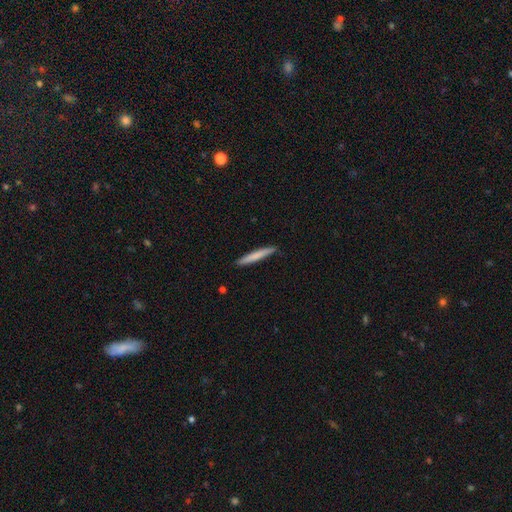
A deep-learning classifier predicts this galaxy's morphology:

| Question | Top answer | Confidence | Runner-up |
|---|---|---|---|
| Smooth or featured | smooth | 74% | featured or disk (21%) |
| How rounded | cigar-shaped | 96% | in between (3%) |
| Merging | none | 87% | minor disturbance (10%) |